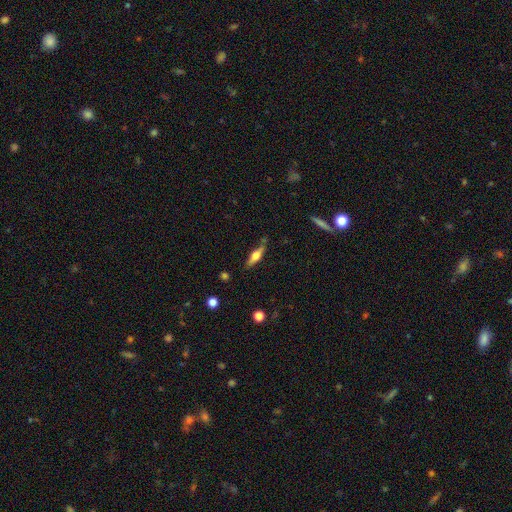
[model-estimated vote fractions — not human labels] Smooth or featured? Predicted: featured or disk (p=0.51). Edge-on disk? Predicted: yes (p=0.91). Merging? Predicted: none (p=0.73).